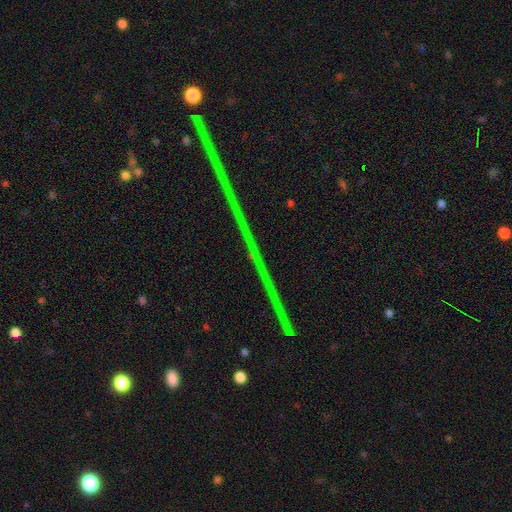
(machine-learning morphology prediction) Smooth or featured? Predicted: star or artifact (p=0.81).